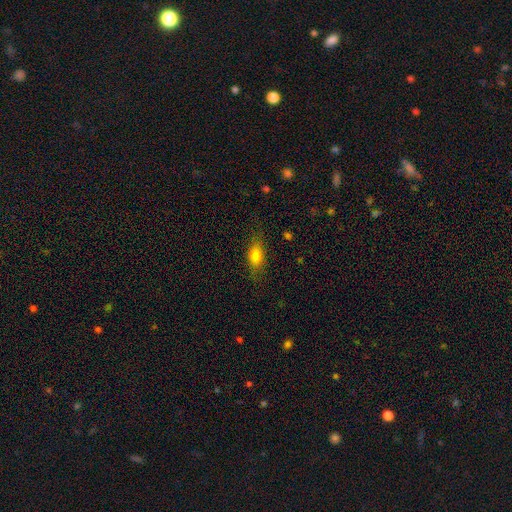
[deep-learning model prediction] Smooth or featured? Predicted: smooth (p=0.77). How rounded? Predicted: in between (p=0.78). Merging? Predicted: none (p=0.77).